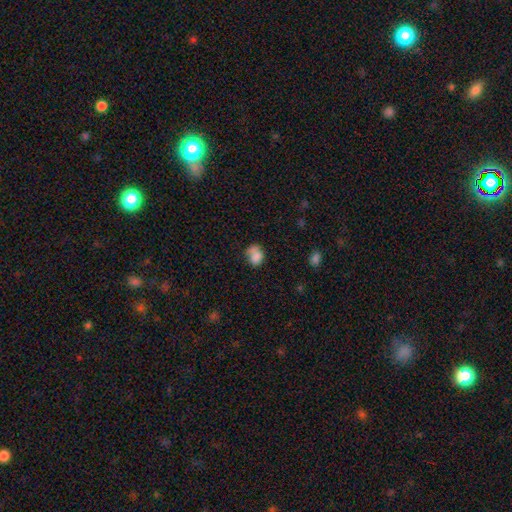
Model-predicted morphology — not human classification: Smooth or featured?
  - smooth: 78% *
  - featured or disk: 12%
  - star or artifact: 10%
How rounded?
  - in between: 61% *
  - round: 38%
  - cigar-shaped: 1%
Merging?
  - none: 40% *
  - minor disturbance: 30%
  - major disturbance: 17%
  - merger: 13%